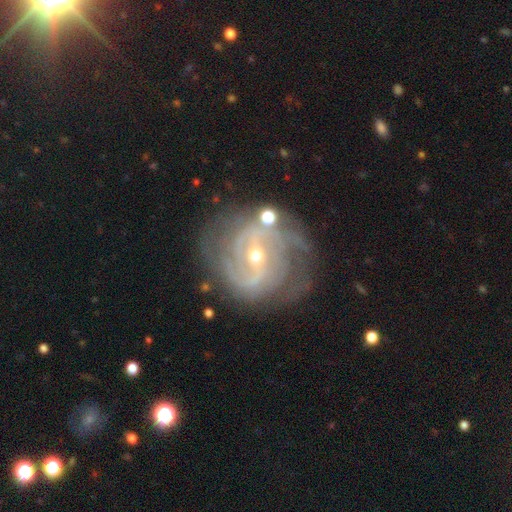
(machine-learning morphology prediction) smooth_or_featured: featured or disk (p=0.89) [alt: star or artifact p=0.06]
disk_edge_on: no (p=0.97) [alt: yes p=0.03]
bar: weak (p=0.45) [alt: strong p=0.29]
has_spiral_arms: yes (p=0.96) [alt: no p=0.04]
spiral_winding: tight (p=0.50) [alt: medium p=0.40]
spiral_arm_count: 2 (p=0.44) [alt: can't tell p=0.20]
bulge_size: small (p=0.63) [alt: moderate p=0.34]
merging: none (p=0.69) [alt: minor disturbance p=0.18]